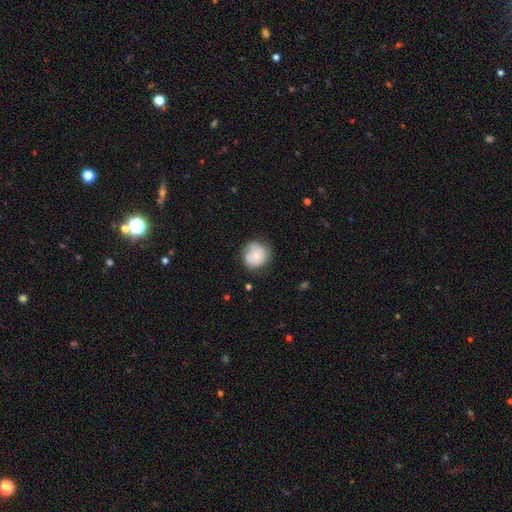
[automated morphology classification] Overall: smooth (58%; featured or disk 35%). How rounded: round (86%). Merging: none (69%).